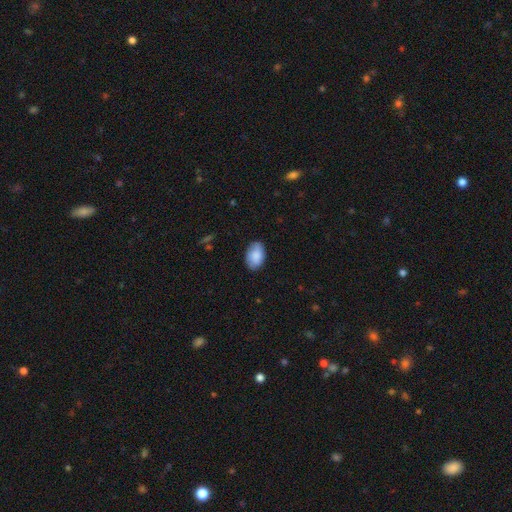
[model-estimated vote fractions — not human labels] This is clearly a smooth galaxy (83%). How rounded: clearly in between (90%). Merging: likely none (80%).